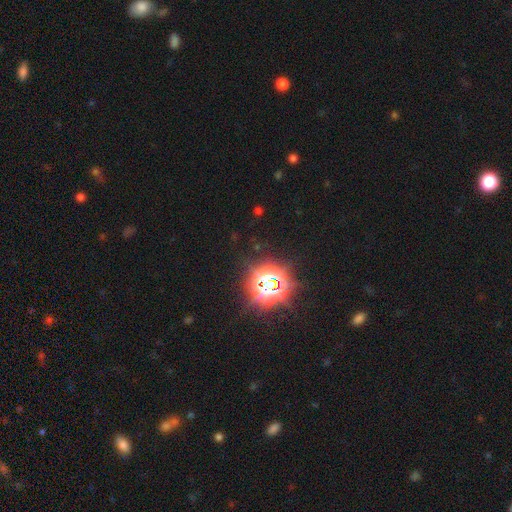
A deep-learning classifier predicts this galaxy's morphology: star or artifact 82%, smooth 12%, featured or disk 5%.